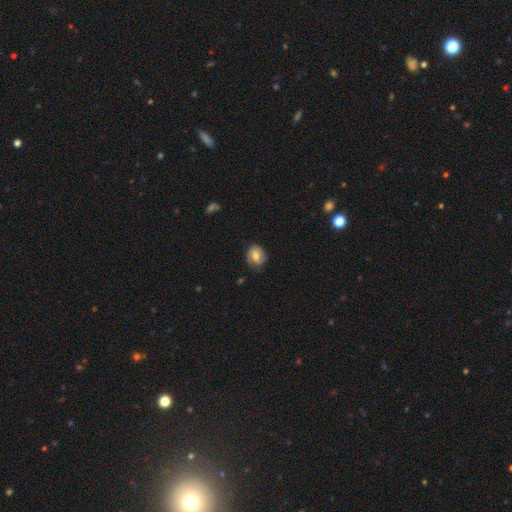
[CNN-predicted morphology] Smooth or featured? smooth (59%)
How rounded? round (65%)
Merging? none (73%)